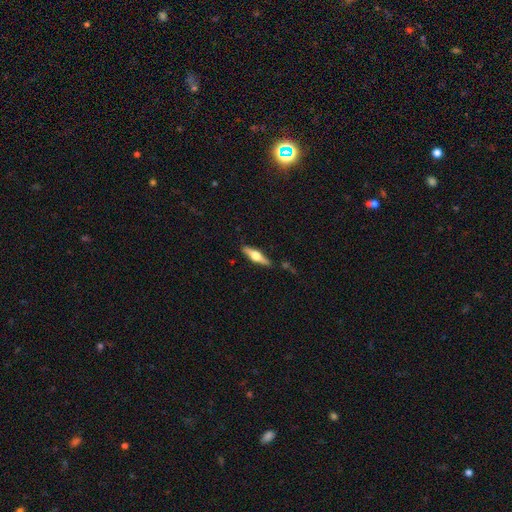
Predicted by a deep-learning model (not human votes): Smooth or featured? Predicted: featured or disk (p=0.67). Edge-on disk? Predicted: yes (p=0.96). Edge-on bulge? Predicted: rounded (p=0.95). Merging? Predicted: none (p=0.86).